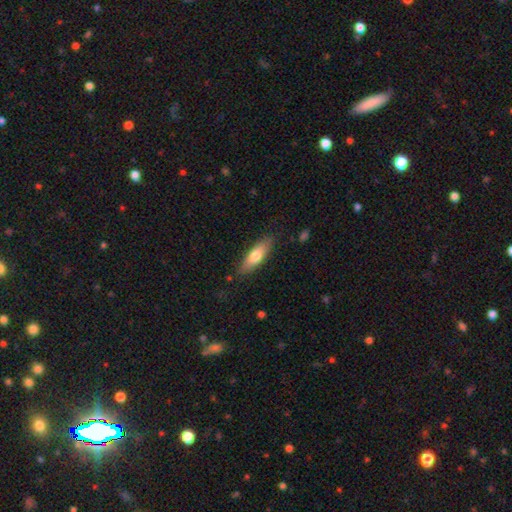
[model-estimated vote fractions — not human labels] Smooth or featured: smooth — 69% (featured or disk — 25%)
How rounded: in between — 50% (cigar-shaped — 48%)
Merging: none — 84% (minor disturbance — 12%)